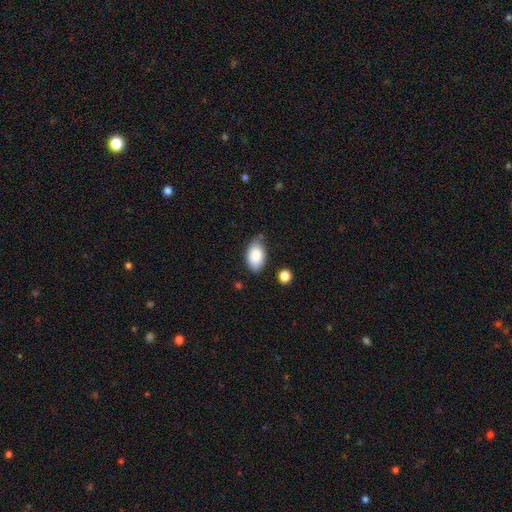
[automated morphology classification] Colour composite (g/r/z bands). It shows a smooth galaxy with no disk features (86%) that is in between round and cigar-shaped (94%). Merging: none (69%).